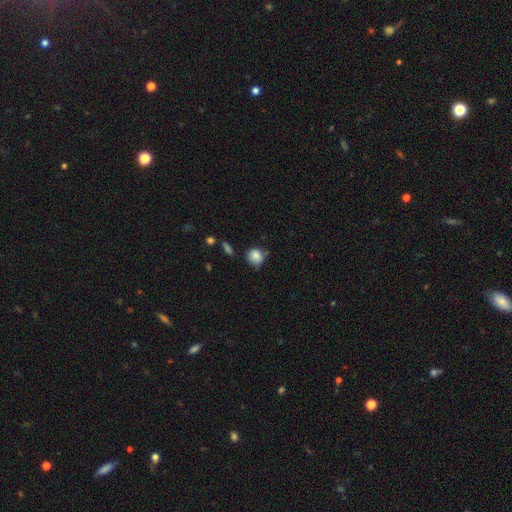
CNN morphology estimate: type=smooth (82%); roundness=round (75%); merging=none (60%).